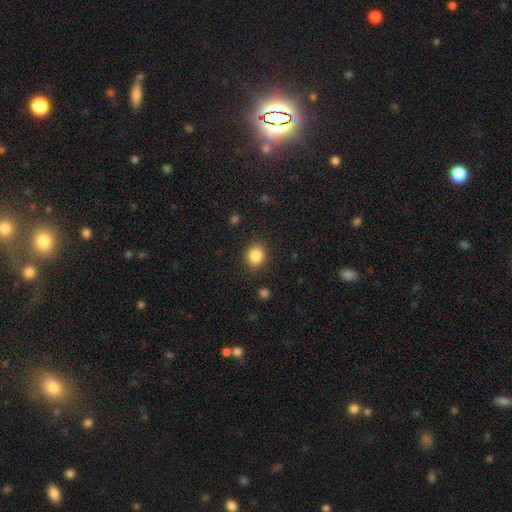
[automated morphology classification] Smooth or featured? Predicted: smooth (p=0.85). How rounded? Predicted: round (p=0.70). Merging? Predicted: none (p=0.89).